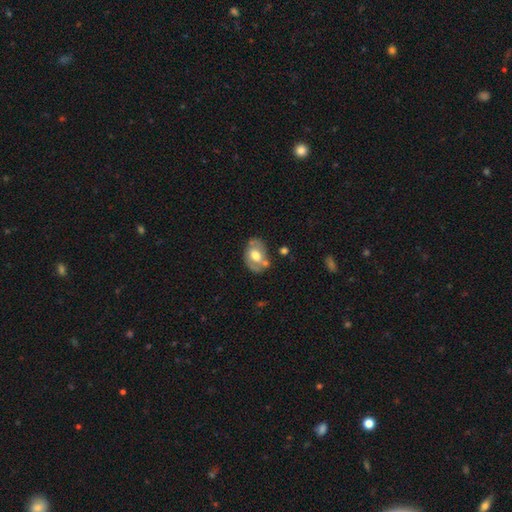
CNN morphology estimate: featured or disk 47%, smooth 46%, star or artifact 6%. Down the decision tree: merging — none (61%).